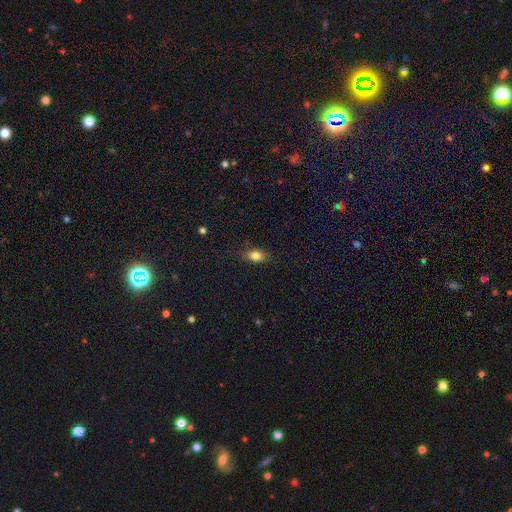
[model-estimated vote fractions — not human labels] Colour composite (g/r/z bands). It shows a smooth galaxy with no disk features (82%) that is in between round and cigar-shaped (78%). Merging: none (80%).